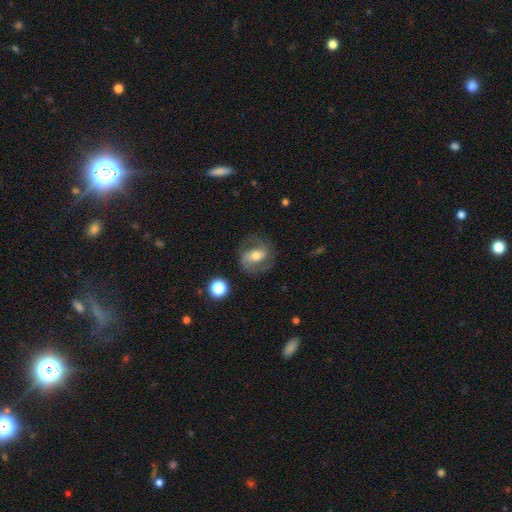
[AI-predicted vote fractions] This appears to be a featured or disk galaxy (72%) with a weak bar (39%), 2 (88%) medium (52%) spiral arms (88%) and a moderate central bulge (68%). Merging: none (77%).